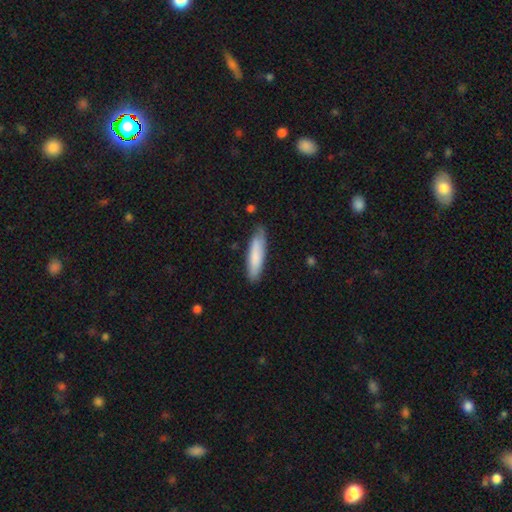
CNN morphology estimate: Overall: smooth (78%). How rounded: cigar-shaped (74%). Merging: none (79%).